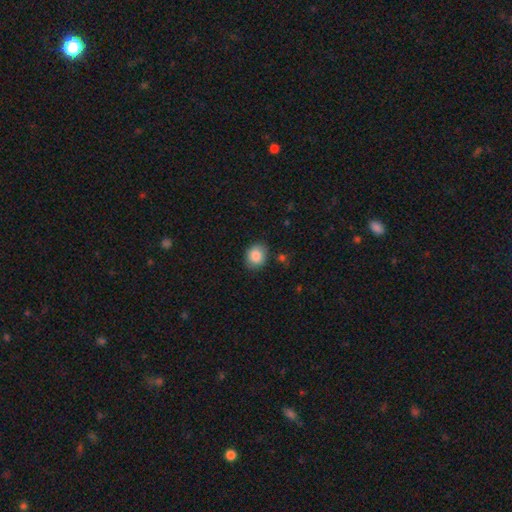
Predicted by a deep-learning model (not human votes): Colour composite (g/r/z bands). It shows a smooth galaxy with no disk features (87%) that is round (66%). Merging: none (79%).